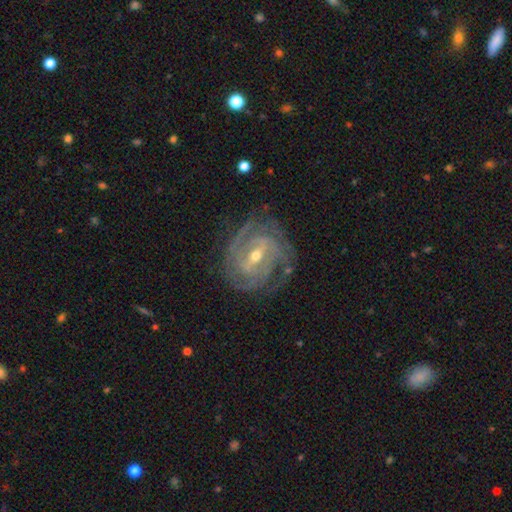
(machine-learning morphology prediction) This appears to be a featured or disk galaxy (89%) with a strong bar (45%), 3 (30%) tight (64%) spiral arms (96%) and a moderate central bulge (54%). Merging: none (72%).